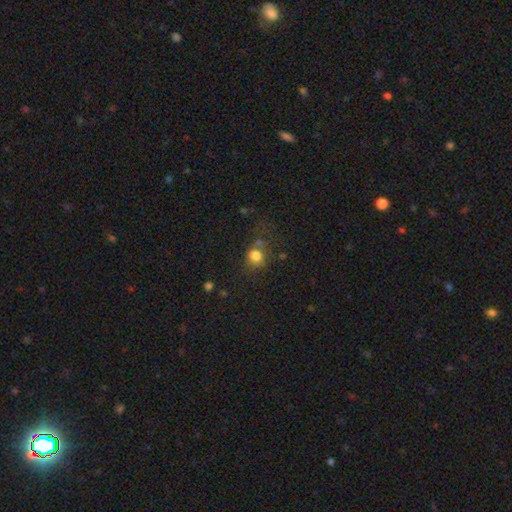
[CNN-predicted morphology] This appears to be a smooth galaxy with no disk features (78%) that is round (58%). Merging: none (52%).